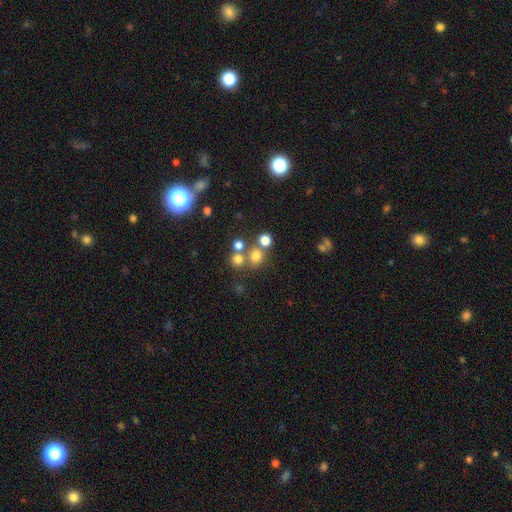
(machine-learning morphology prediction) Smooth or featured?
  - smooth: 69% *
  - star or artifact: 20%
  - featured or disk: 10%
How rounded?
  - round: 85% *
  - in between: 14%
  - cigar-shaped: 1%
Merging?
  - none: 63% *
  - merger: 25%
  - minor disturbance: 8%
  - major disturbance: 4%